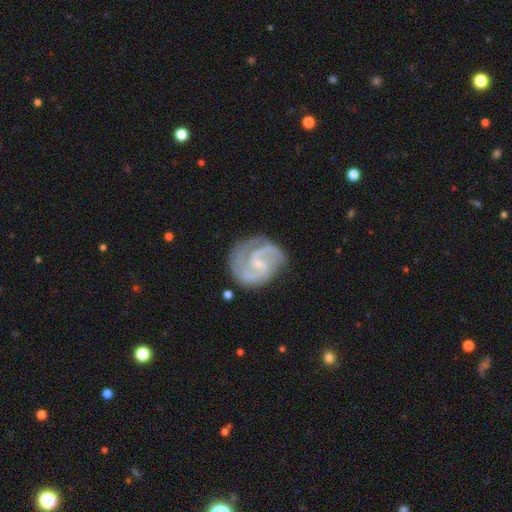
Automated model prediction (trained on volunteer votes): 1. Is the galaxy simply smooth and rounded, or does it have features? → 86% featured or disk, 7% smooth, 6% star or artifact.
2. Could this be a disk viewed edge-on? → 98% no, 2% yes.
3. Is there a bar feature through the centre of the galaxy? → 50% weak, 36% no, 14% strong.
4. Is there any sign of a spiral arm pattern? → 97% yes, 3% no.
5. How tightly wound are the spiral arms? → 47% medium, 42% tight, 11% loose.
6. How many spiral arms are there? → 71% 2, 13% 3, 7% can't tell, 4% 1, 3% 4, 2% more than 4.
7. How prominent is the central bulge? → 65% small, 19% moderate, 14% none, 1% large, 1% dominant.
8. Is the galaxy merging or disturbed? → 74% none, 17% minor disturbance, 7% major disturbance, 2% merger.